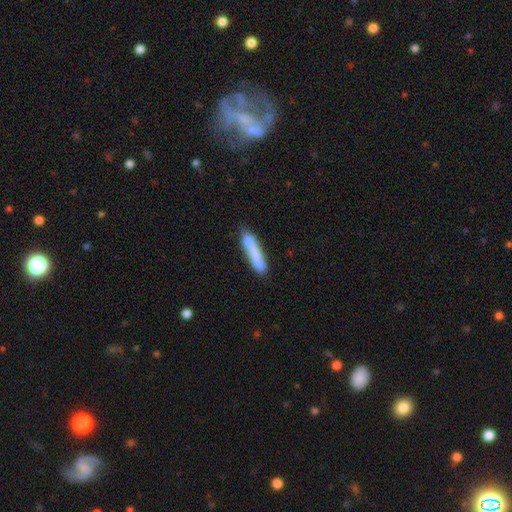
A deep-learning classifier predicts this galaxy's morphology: Q: Smooth or featured?
A: smooth (73%); runner-up: featured or disk (20%)
Q: How rounded?
A: cigar-shaped (87%); runner-up: in between (11%)
Q: Merging?
A: none (57%); runner-up: minor disturbance (22%)